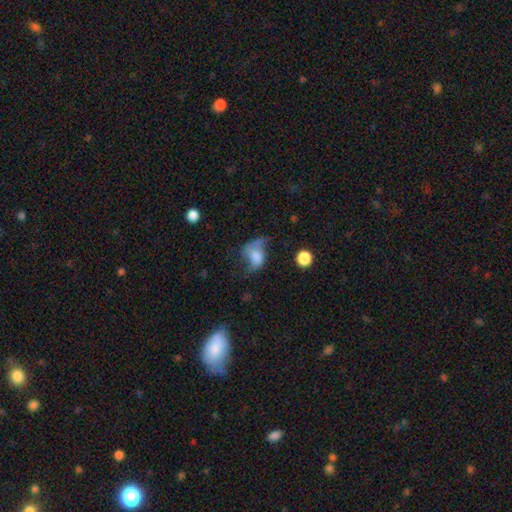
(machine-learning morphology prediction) A smooth galaxy with no disk features (51%) that is in between round and cigar-shaped (66%).

Vote fractions:
- Smooth or featured? smooth: 51% / featured or disk: 39% / star or artifact: 10%
- How rounded? in between: 66% / round: 32% / cigar-shaped: 2%
- Merging? major disturbance: 40% / none: 28% / minor disturbance: 27% / merger: 5%